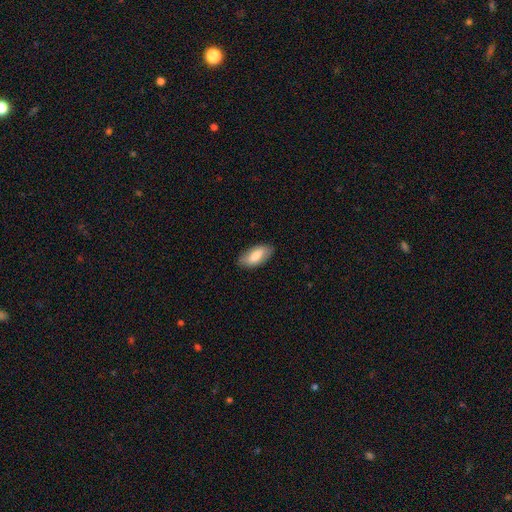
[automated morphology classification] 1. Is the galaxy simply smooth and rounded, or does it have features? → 75% smooth, 19% featured or disk, 6% star or artifact.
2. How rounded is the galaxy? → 90% in between, 7% cigar-shaped, 2% round.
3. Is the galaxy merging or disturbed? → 85% none, 12% minor disturbance, 2% major disturbance, 1% merger.